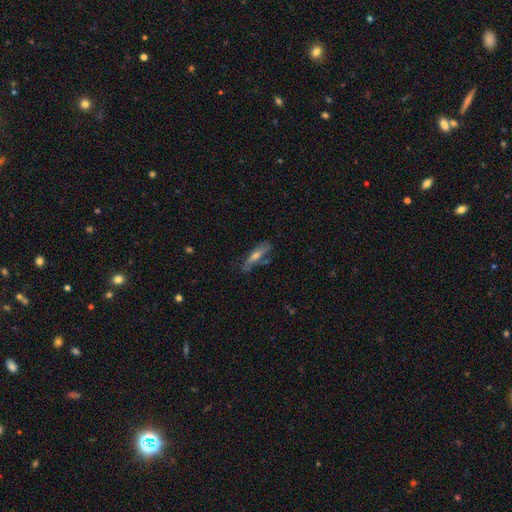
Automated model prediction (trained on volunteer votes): Overall: featured or disk (50%; smooth 41%). Edge-on disk: yes (67%; no 33%). Merging: none (66%).